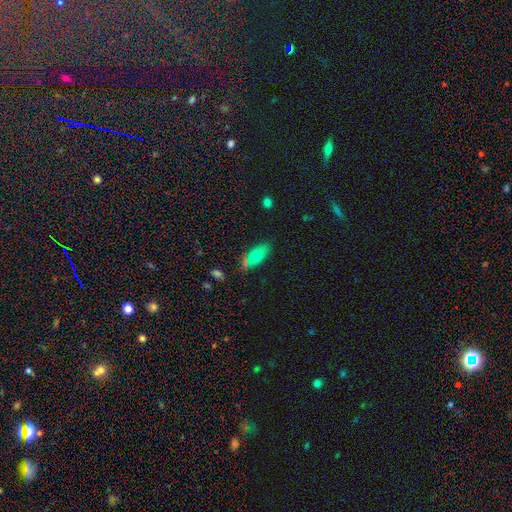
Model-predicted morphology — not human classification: type=smooth (70%); roundness=in between (85%); merging=none (69%).